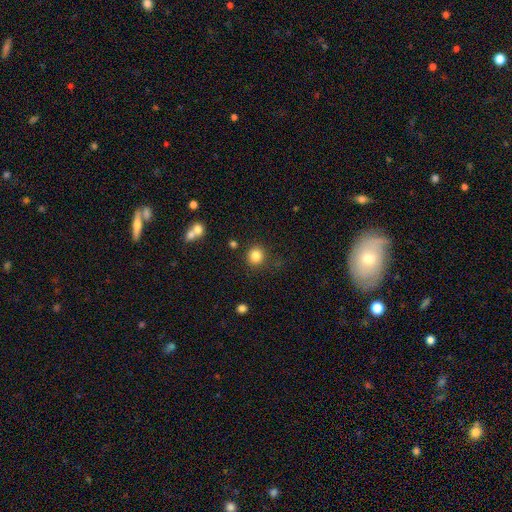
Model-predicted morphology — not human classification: Overall: smooth (83%). How rounded: round (90%). Merging: none (85%).